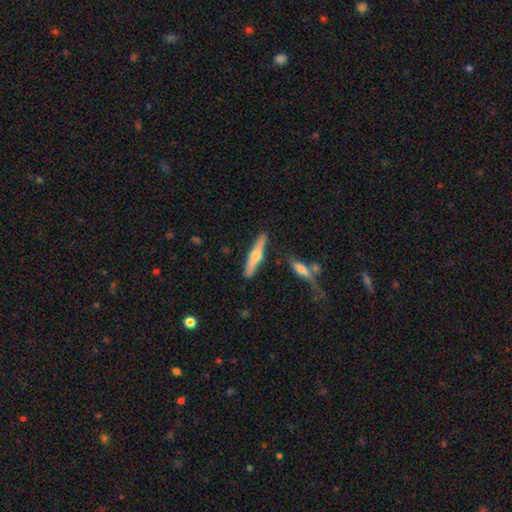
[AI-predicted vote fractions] The model was most divided on "smooth or featured": featured or disk: 55%, smooth: 39%, star or artifact: 6%. More confident: edge-on disk — yes (95%); edge-on bulge — rounded (91%); merging — none (82%).